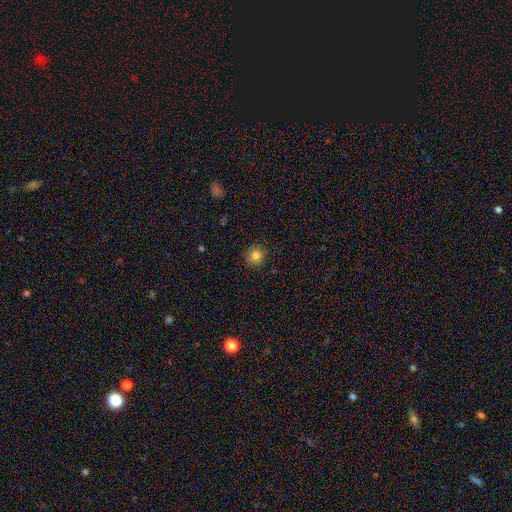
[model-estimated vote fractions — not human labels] smooth 83%, star or artifact 11%, featured or disk 5%. Down the decision tree: how rounded — round (91%); merging — none (87%).